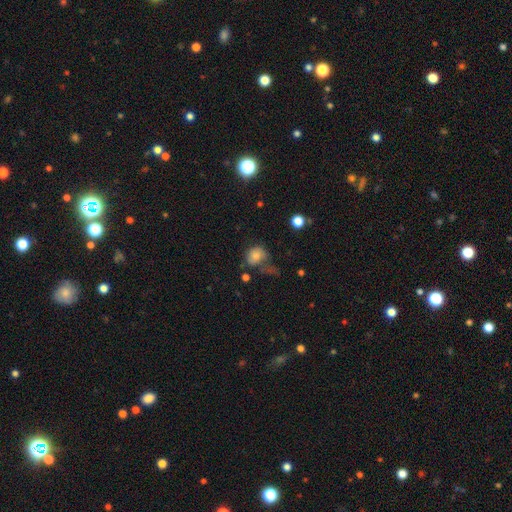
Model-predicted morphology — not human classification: Smooth or featured: smooth — 75% (featured or disk — 14%)
How rounded: round — 62% (in between — 37%)
Merging: none — 37% (major disturbance — 25%)